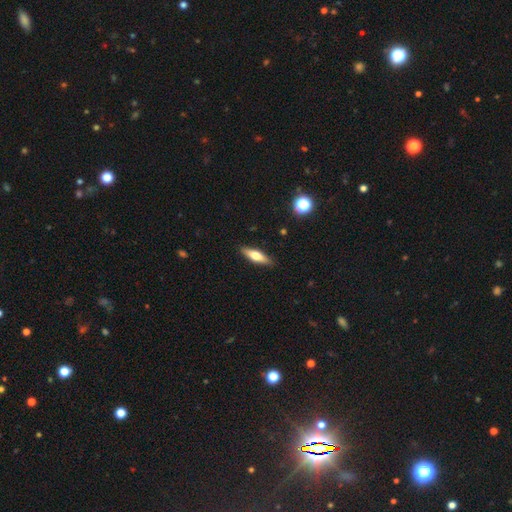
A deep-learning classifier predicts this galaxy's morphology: type=smooth (53%); roundness=cigar-shaped (59%); merging=none (89%).